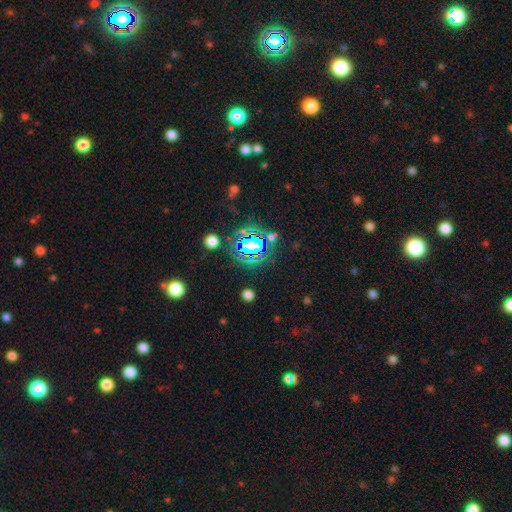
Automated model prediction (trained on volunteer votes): star or artifact 79%, smooth 13%, featured or disk 8%.